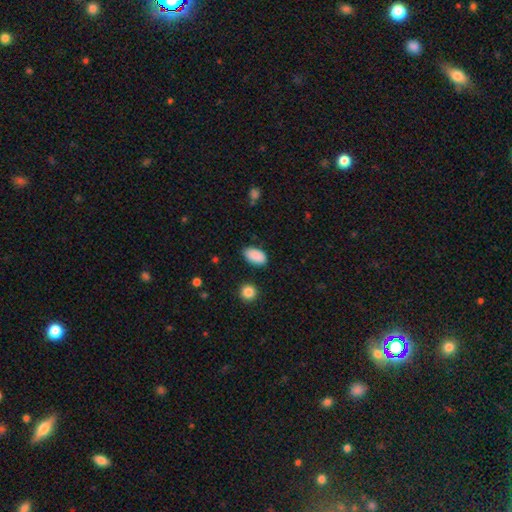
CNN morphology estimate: type=smooth (89%); roundness=in between (94%); merging=none (83%).